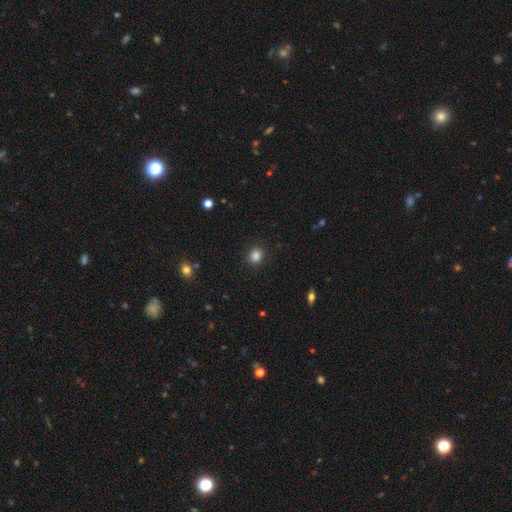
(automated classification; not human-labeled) smooth-or-featured: smooth: 85% | star or artifact: 12% | featured or disk: 3%
  how-rounded: round: 79% | in between: 20% | cigar-shaped: 1%
  merging: none: 90% | minor disturbance: 7% | major disturbance: 2% | merger: 1%